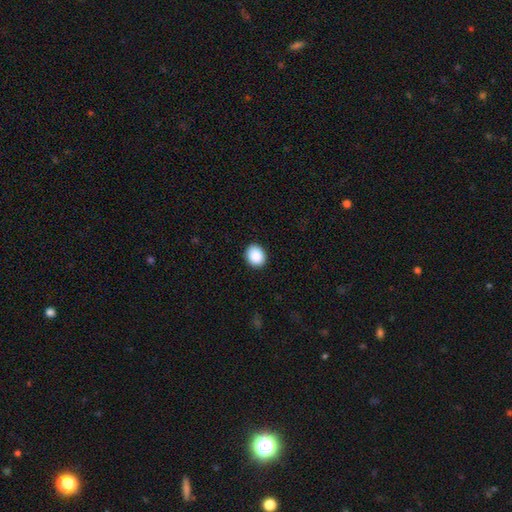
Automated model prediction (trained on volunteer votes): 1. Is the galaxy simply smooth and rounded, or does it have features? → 90% smooth, 7% star or artifact, 3% featured or disk.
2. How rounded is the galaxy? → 57% round, 42% in between, 1% cigar-shaped.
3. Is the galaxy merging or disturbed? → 91% none, 7% minor disturbance, 2% major disturbance, 1% merger.